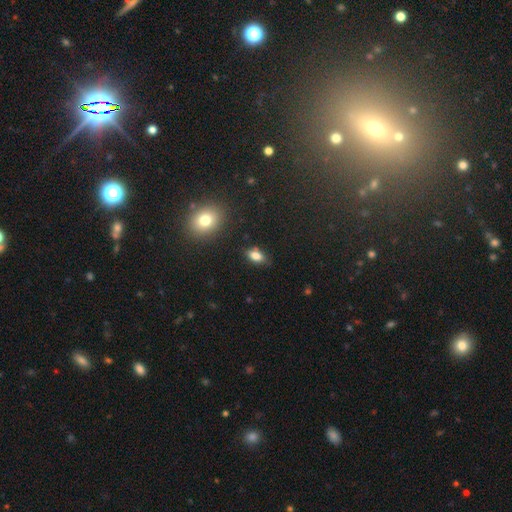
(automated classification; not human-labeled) smooth-or-featured: smooth: 80% | star or artifact: 11% | featured or disk: 8%
  how-rounded: in between: 87% | round: 9% | cigar-shaped: 4%
  merging: none: 74% | minor disturbance: 17% | merger: 6% | major disturbance: 4%